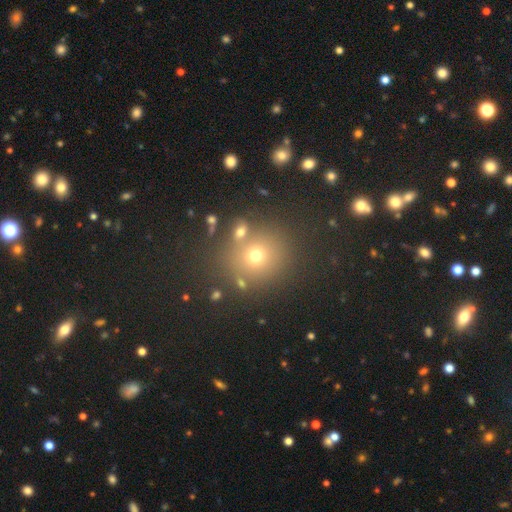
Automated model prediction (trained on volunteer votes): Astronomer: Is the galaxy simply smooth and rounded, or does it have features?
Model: smooth — 66%.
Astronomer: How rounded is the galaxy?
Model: round — 84%.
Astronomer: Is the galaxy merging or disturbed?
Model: none — 77%.